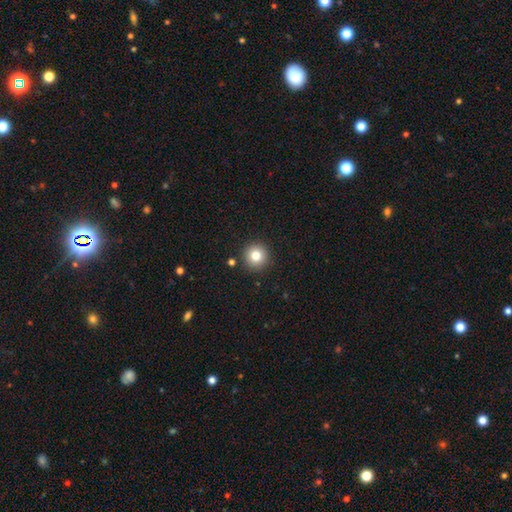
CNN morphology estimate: smooth_or_featured: smooth (p=0.80) [alt: star or artifact p=0.11]
how_rounded: round (p=0.95) [alt: in between p=0.04]
merging: none (p=0.90) [alt: minor disturbance p=0.06]